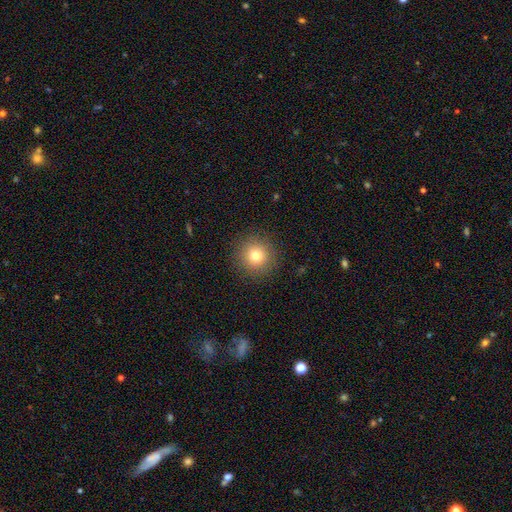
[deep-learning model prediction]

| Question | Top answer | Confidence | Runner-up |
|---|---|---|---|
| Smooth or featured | smooth | 78% | star or artifact (13%) |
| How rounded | round | 95% | in between (4%) |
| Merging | none | 91% | minor disturbance (6%) |